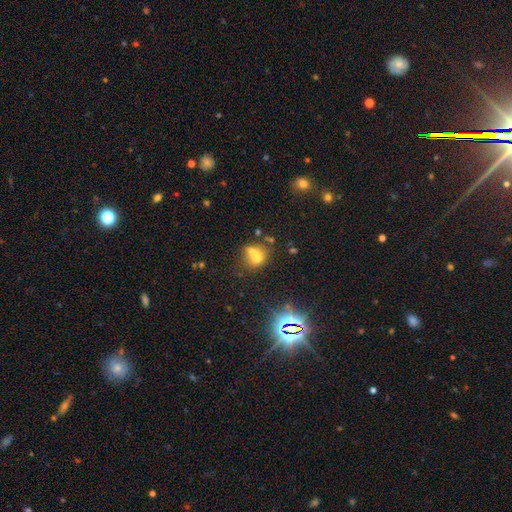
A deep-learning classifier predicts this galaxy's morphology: Smooth or featured?
  - smooth: 58% *
  - featured or disk: 22%
  - star or artifact: 19%
How rounded?
  - round: 56% *
  - in between: 41%
  - cigar-shaped: 2%
Merging?
  - merger: 56% *
  - none: 29%
  - minor disturbance: 9%
  - major disturbance: 6%